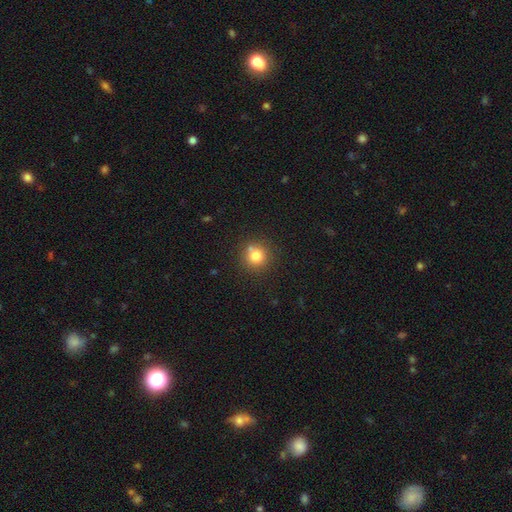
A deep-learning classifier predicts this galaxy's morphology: Overall: smooth (78%). How rounded: round (92%). Merging: none (76%).